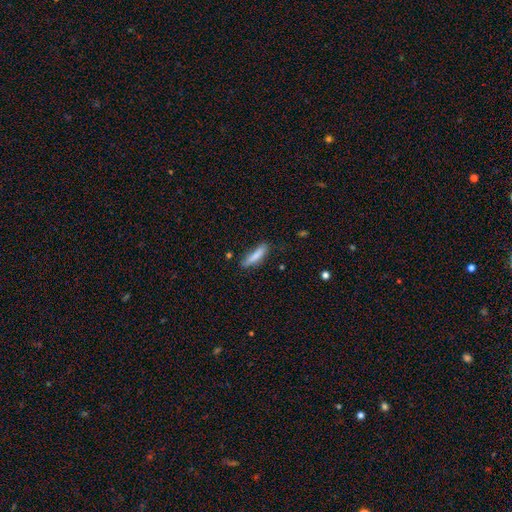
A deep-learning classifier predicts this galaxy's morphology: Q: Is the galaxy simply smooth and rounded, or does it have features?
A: smooth — 81%.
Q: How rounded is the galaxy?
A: cigar-shaped — 77%.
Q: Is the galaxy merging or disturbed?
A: none — 72%.